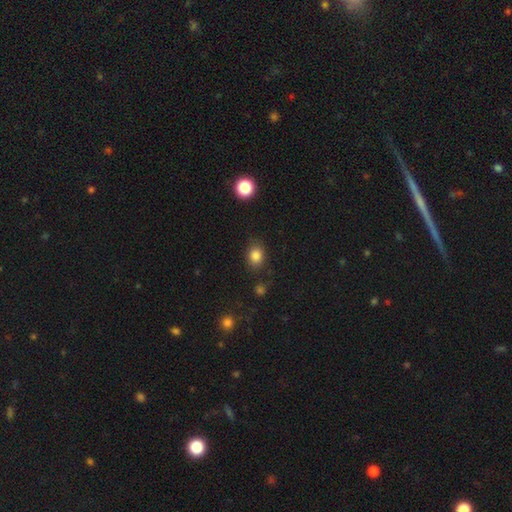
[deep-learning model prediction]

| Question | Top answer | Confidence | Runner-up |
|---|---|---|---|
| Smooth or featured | smooth | 84% | star or artifact (11%) |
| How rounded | in between | 49% | tied: round (49%) |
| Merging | none | 80% | minor disturbance (14%) |